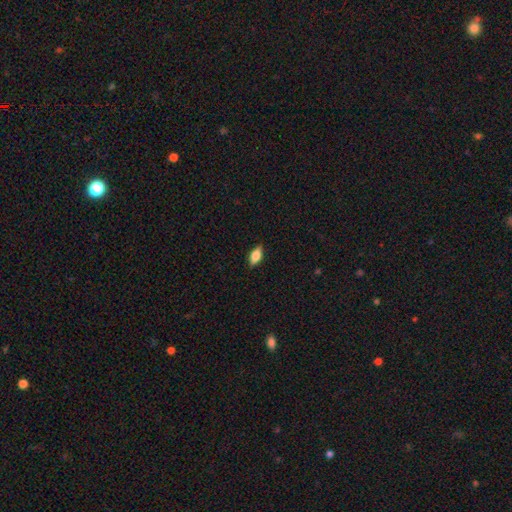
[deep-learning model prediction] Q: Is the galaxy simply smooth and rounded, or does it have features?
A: smooth — 64%.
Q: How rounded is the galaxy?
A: in between — 83%.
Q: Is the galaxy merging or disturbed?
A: none — 86%.